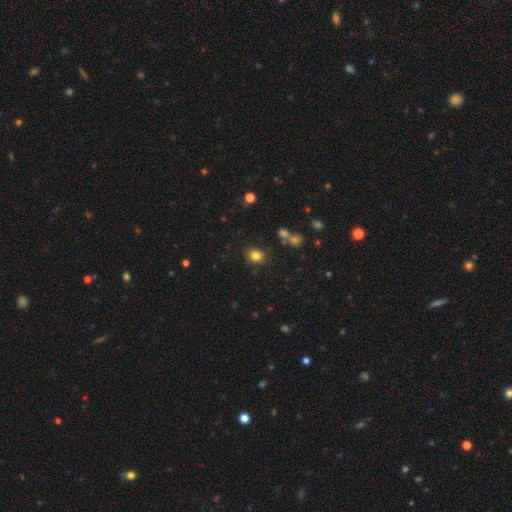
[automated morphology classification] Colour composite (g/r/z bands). It shows a smooth galaxy with no disk features (81%) that is round (71%). Merging: none (86%).